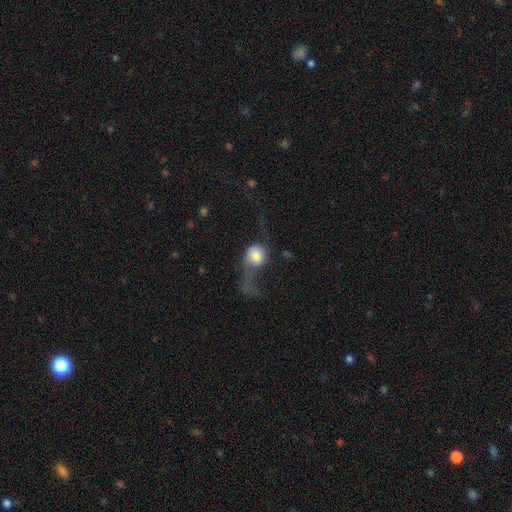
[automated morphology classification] Smooth or featured? Predicted: smooth (p=0.64). How rounded? Predicted: round (p=0.75). Merging? Predicted: major disturbance (p=0.63).